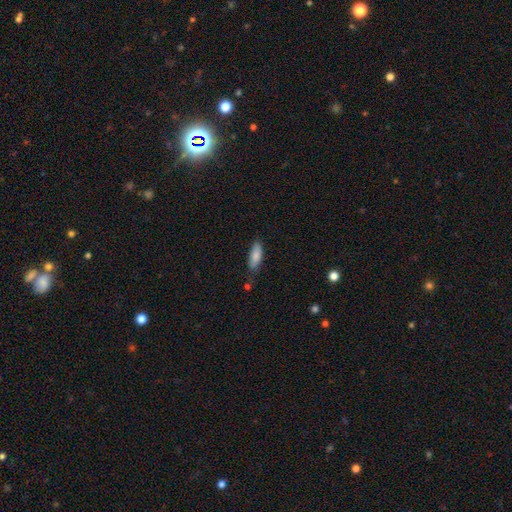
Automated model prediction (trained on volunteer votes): smooth-or-featured: smooth: 83% | featured or disk: 10% | star or artifact: 7%
  how-rounded: in between: 67% | cigar-shaped: 31% | round: 2%
  merging: none: 66% | minor disturbance: 25% | major disturbance: 5% | merger: 4%